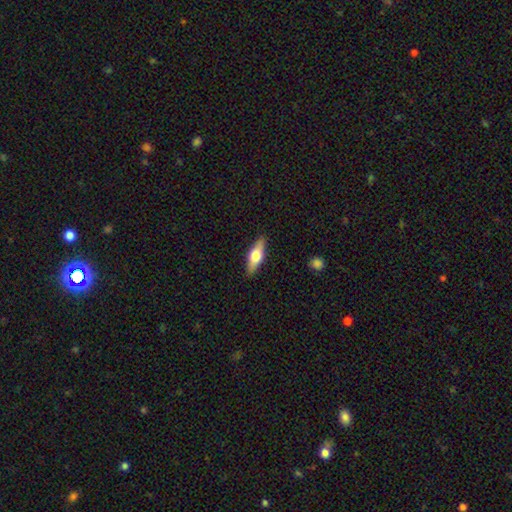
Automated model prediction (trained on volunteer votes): A smooth galaxy with no disk features (50%) that is in between round and cigar-shaped (56%). Merging: none (89%).